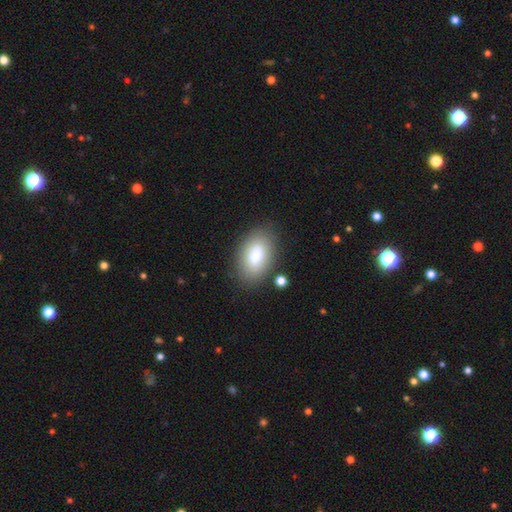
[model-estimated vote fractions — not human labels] This appears to be a smooth galaxy with no disk features (84%) that is in between round and cigar-shaped (93%). Merging: none (80%).